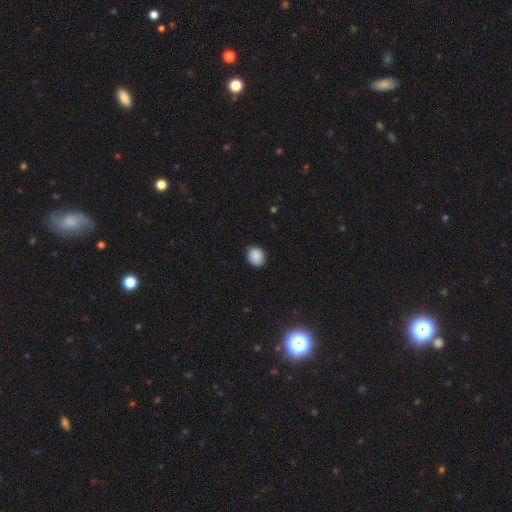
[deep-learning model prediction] Smooth or featured? smooth (87%)
How rounded? round (68%)
Merging? none (80%)